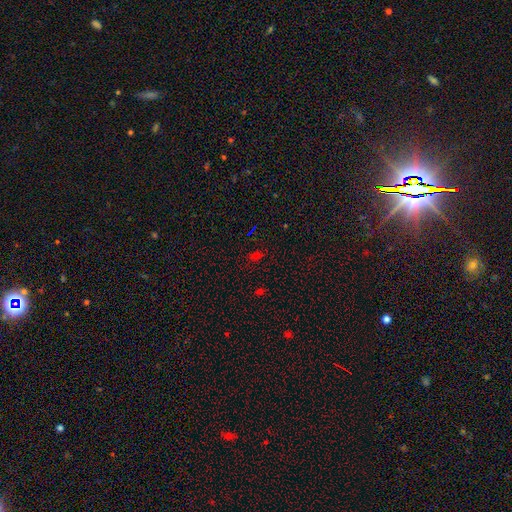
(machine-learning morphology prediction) Smooth or featured?
  - smooth: 51% *
  - star or artifact: 40%
  - featured or disk: 9%
How rounded?
  - in between: 49% *
  - round: 48%
  - cigar-shaped: 3%
Merging?
  - none: 81% *
  - minor disturbance: 12%
  - major disturbance: 4%
  - merger: 3%